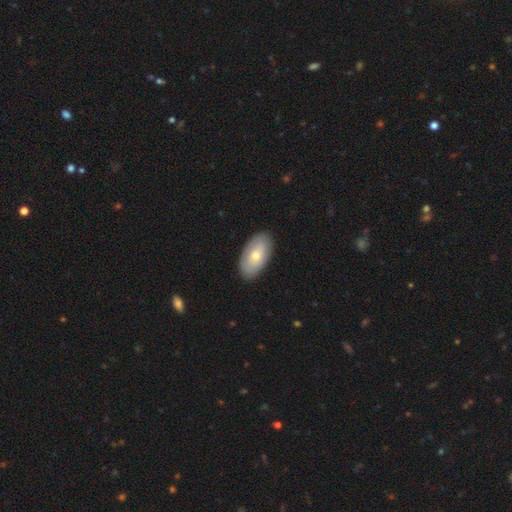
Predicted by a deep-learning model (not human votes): A smooth galaxy with no disk features (67%) that is in between round and cigar-shaped (94%). Merging: none (88%).